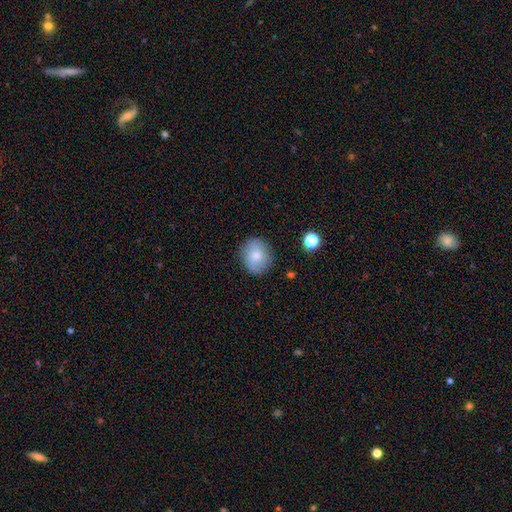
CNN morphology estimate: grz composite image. It shows a smooth galaxy with no disk features (72%) that is round (74%). Merging: none (82%).